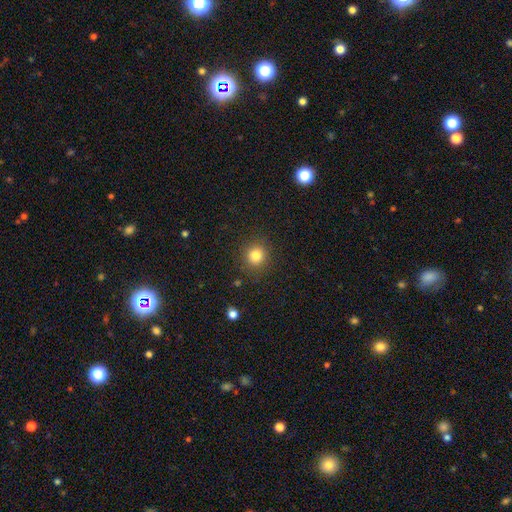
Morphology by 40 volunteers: smooth 85%, star or artifact 12%, featured or disk 2%. Down the decision tree: how rounded — round (94%); merging — none (86%).